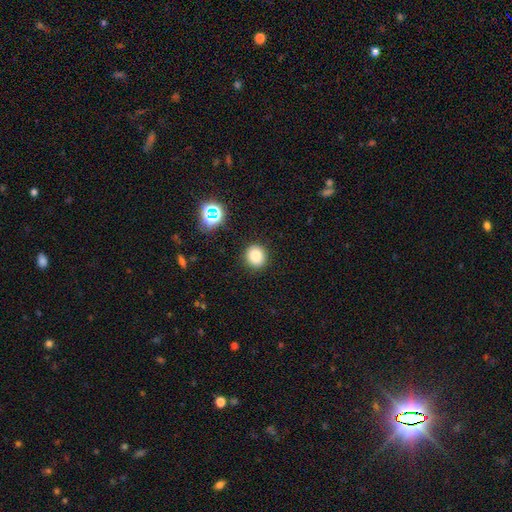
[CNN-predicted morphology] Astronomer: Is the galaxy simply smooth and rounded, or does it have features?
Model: smooth — 81%.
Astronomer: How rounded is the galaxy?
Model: round — 84%.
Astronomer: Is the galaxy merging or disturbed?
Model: none — 89%.